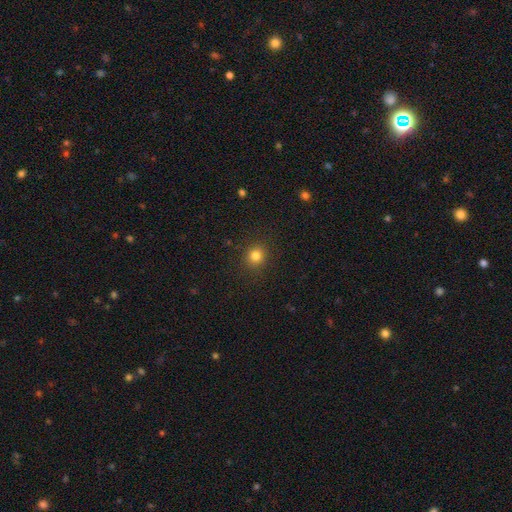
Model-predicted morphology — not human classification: A smooth galaxy with no disk features (82%) that is round (86%). Merging: none (89%).